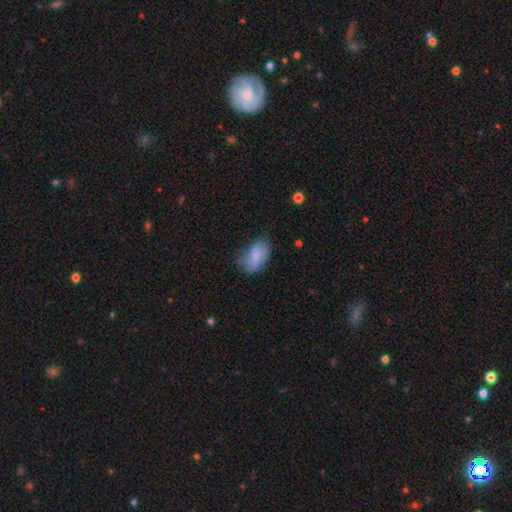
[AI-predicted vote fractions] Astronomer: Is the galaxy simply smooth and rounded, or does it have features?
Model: smooth — 77%.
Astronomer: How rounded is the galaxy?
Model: in between — 92%.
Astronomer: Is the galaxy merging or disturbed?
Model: none — 51% (runner-up: minor disturbance, 34%).